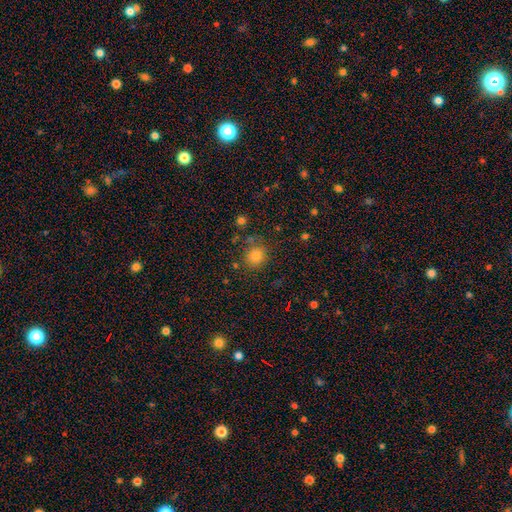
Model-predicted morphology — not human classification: Smooth or featured?
  - smooth: 79% *
  - star or artifact: 16%
  - featured or disk: 5%
How rounded?
  - round: 85% *
  - in between: 15%
  - cigar-shaped: 1%
Merging?
  - none: 81% *
  - minor disturbance: 11%
  - merger: 5%
  - major disturbance: 4%